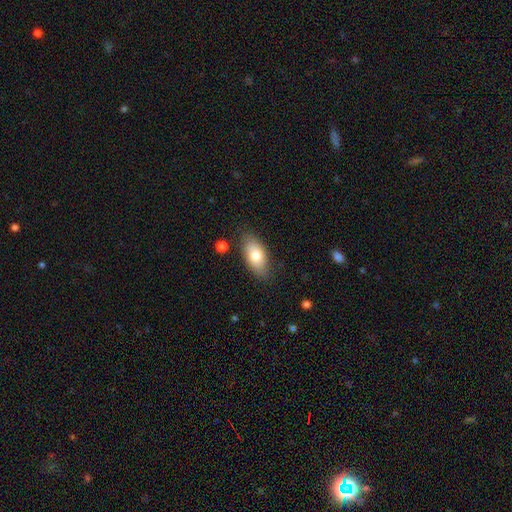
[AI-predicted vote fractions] smooth-or-featured: smooth: 78% | featured or disk: 15% | star or artifact: 7%
  how-rounded: in between: 89% | cigar-shaped: 7% | round: 4%
  merging: none: 80% | minor disturbance: 15% | major disturbance: 3% | merger: 2%